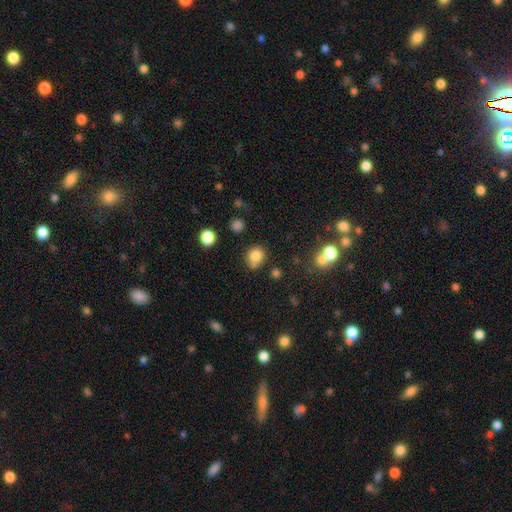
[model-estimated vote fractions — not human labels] This appears to be a smooth galaxy with no disk features (82%) that is round (79%). Merging: none (71%).